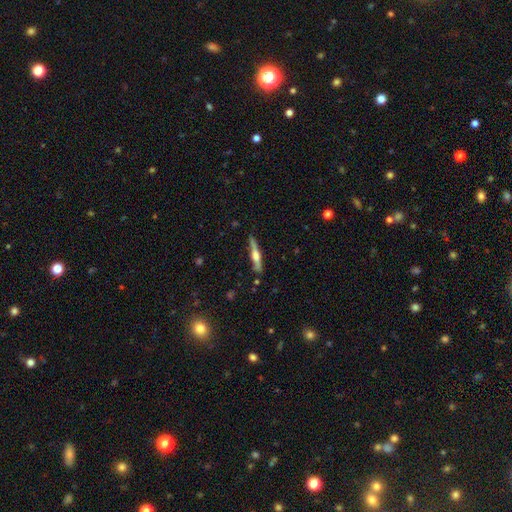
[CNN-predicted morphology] Smooth or featured: featured or disk — 63% (smooth — 31%)
Edge-on disk: yes — 97% (no — 3%)
Edge-on bulge: rounded — 82% (boxy — 13%)
Merging: none — 84% (minor disturbance — 12%)